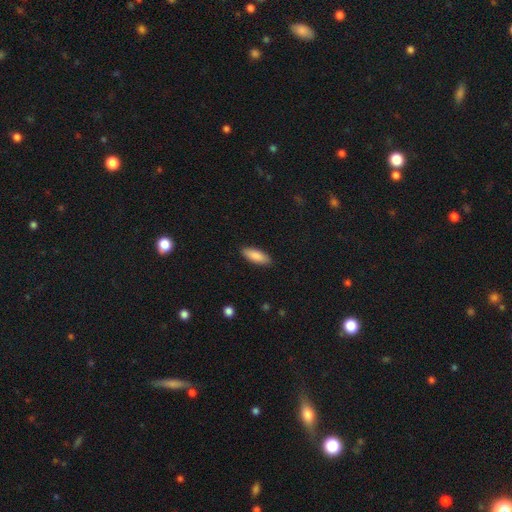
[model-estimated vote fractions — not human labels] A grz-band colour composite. It shows a smooth galaxy with no disk features (87%) that is in between round and cigar-shaped (71%). Merging: none (88%).